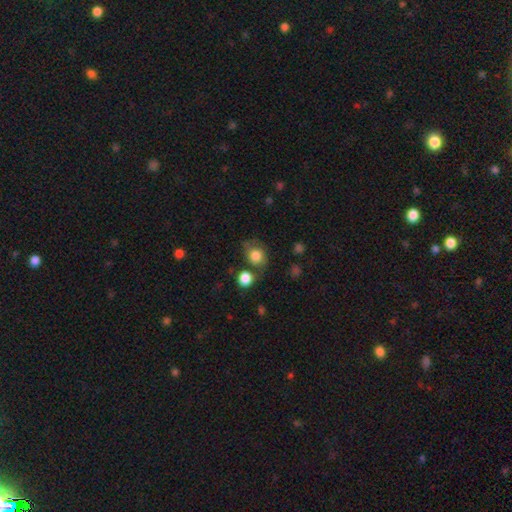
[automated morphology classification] Overall: smooth (76%). How rounded: round (64%; in between 35%). Merging: none (54%; minor disturbance 22%).